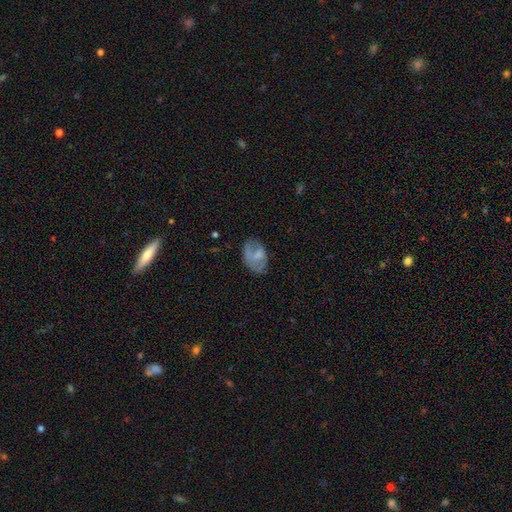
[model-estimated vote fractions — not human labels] Morphology: type=smooth (53%); roundness=in between (85%); merging=none (53%).